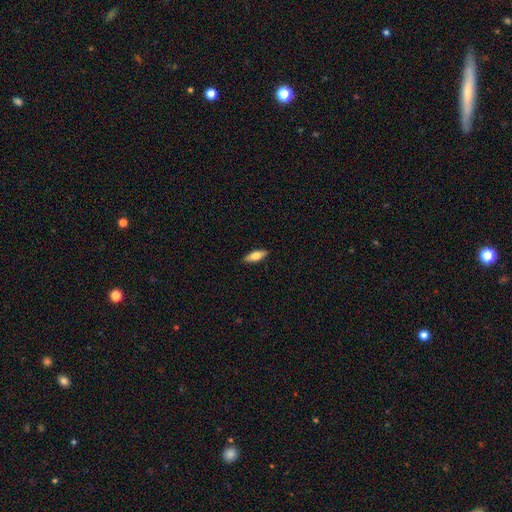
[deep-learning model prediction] Smooth or featured?
  - smooth: 69% *
  - featured or disk: 26%
  - star or artifact: 6%
How rounded?
  - in between: 67% *
  - cigar-shaped: 30%
  - round: 2%
Merging?
  - none: 89% *
  - minor disturbance: 8%
  - major disturbance: 2%
  - merger: 1%